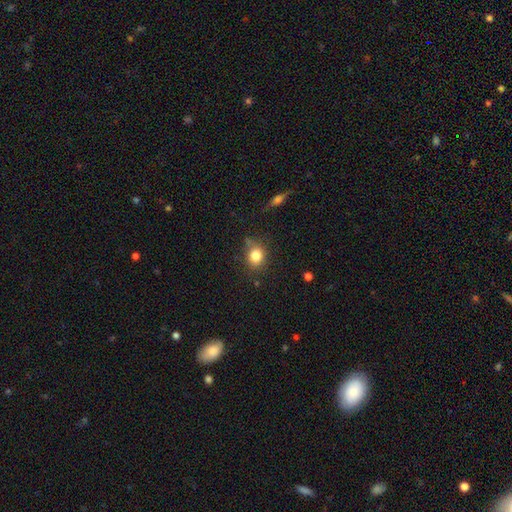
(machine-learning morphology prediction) Q: Smooth or featured?
A: smooth (81%); runner-up: star or artifact (11%)
Q: How rounded?
A: round (67%); runner-up: in between (32%)
Q: Merging?
A: none (74%); runner-up: minor disturbance (17%)